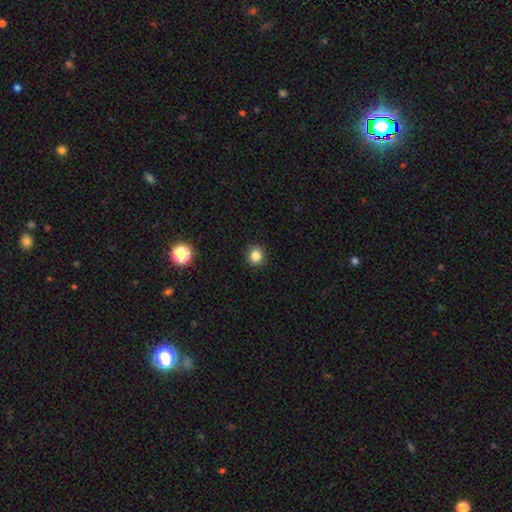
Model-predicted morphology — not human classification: smooth 84%, star or artifact 12%, featured or disk 4%. Down the decision tree: how rounded — round (91%); merging — none (92%).